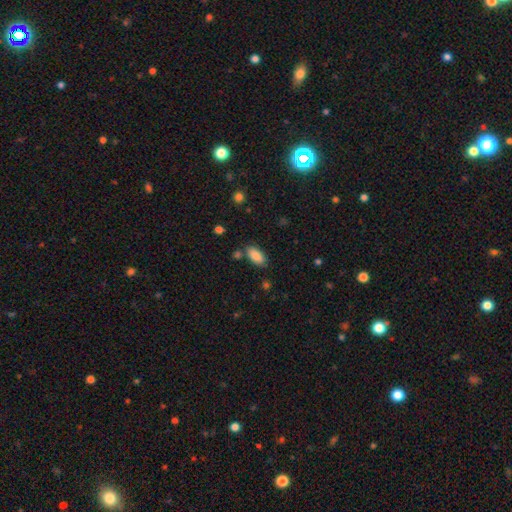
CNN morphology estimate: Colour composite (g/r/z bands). It shows a smooth galaxy with no disk features (87%) that is in between round and cigar-shaped (91%). Merging: none (78%).